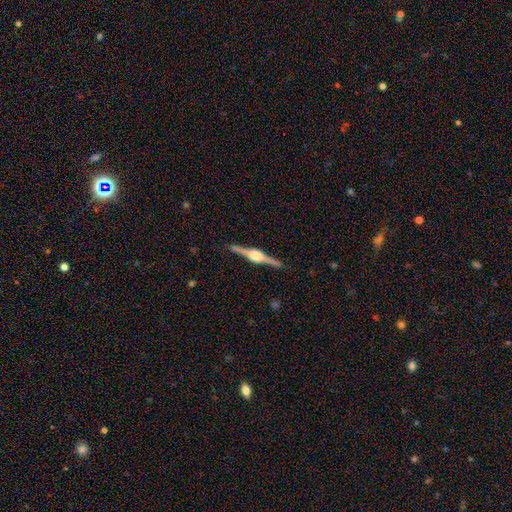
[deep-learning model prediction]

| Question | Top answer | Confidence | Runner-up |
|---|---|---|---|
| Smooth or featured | featured or disk | 90% | smooth (6%) |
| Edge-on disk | yes | 99% | no (1%) |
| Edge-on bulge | rounded | 89% | boxy (10%) |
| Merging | none | 91% | minor disturbance (6%) |